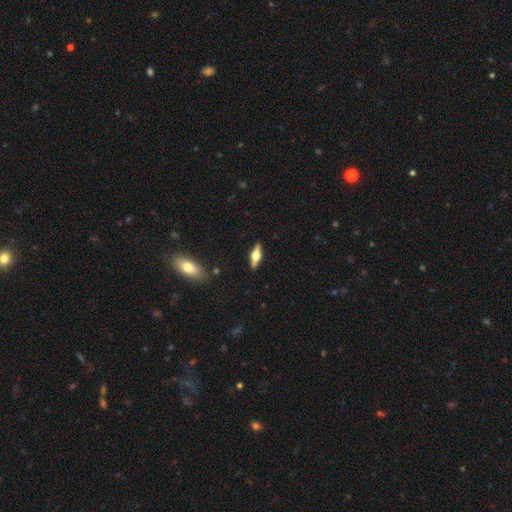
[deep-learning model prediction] A featured or disk galaxy (62%) viewed edge-on (94%) with a rounded central bulge (94%).

Vote fractions:
- Smooth or featured? featured or disk: 62% / smooth: 32% / star or artifact: 6%
- Edge-on disk? yes: 94% / no: 6%
- Edge-on bulge? rounded: 94% / boxy: 4% / none: 1%
- Merging? none: 89% / minor disturbance: 8% / major disturbance: 2% / merger: 2%